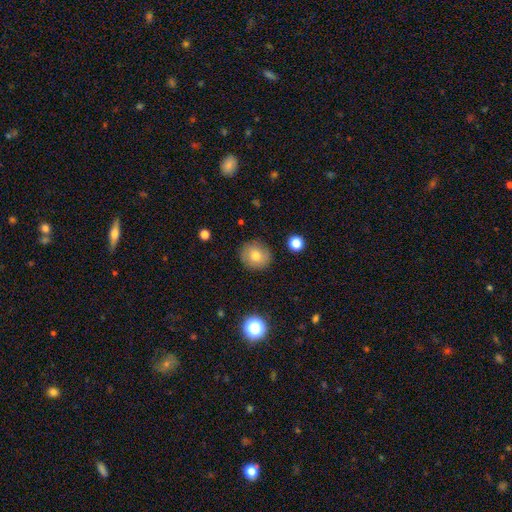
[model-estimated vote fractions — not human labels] Smooth or featured?
  - smooth: 76% *
  - featured or disk: 13%
  - star or artifact: 10%
How rounded?
  - round: 86% *
  - in between: 13%
  - cigar-shaped: 1%
Merging?
  - none: 86% *
  - minor disturbance: 10%
  - major disturbance: 3%
  - merger: 1%